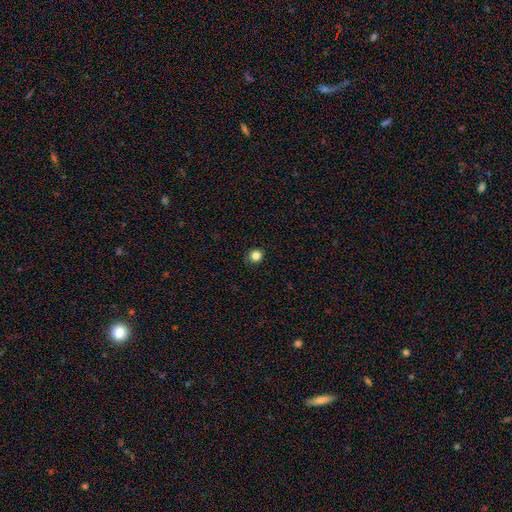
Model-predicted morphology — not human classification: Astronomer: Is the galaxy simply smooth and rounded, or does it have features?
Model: smooth — 84%.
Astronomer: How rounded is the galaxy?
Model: round — 92%.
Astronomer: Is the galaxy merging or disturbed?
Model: none — 90%.